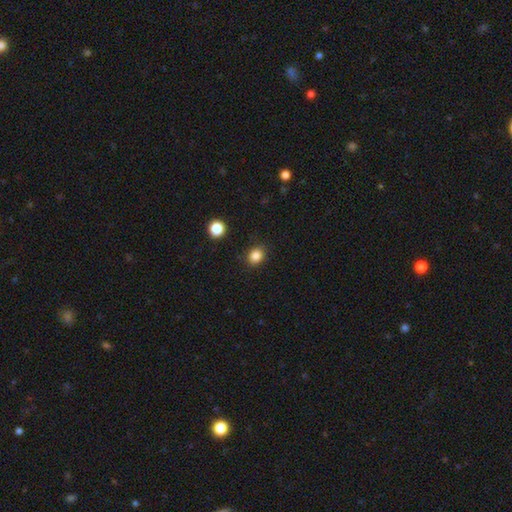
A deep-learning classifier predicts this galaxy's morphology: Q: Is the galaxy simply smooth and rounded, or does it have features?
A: smooth — 85%.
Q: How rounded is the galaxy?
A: round — 64%.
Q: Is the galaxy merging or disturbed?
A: none — 89%.